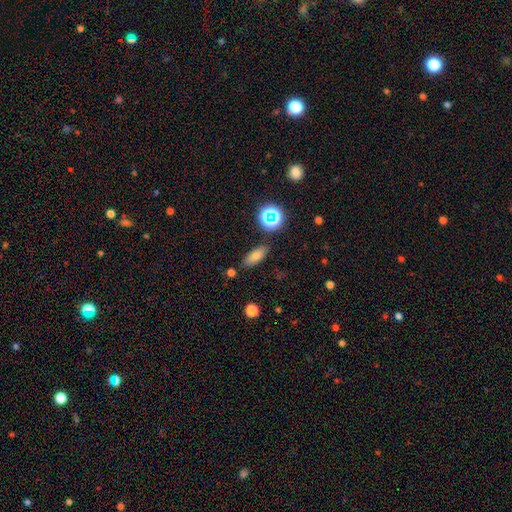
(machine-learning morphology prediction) This is likely a smooth galaxy (74%). How rounded: likely in between (71%). Merging: clearly none (83%).